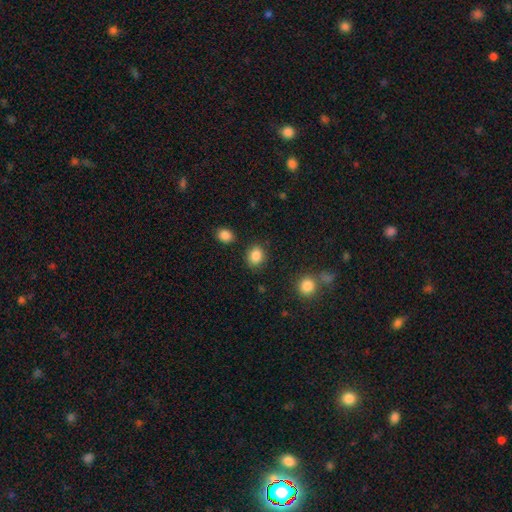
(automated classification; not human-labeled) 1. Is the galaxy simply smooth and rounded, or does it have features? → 86% smooth, 10% star or artifact, 4% featured or disk.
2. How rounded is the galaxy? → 58% round, 41% in between, 1% cigar-shaped.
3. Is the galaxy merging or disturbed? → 83% none, 10% minor disturbance, 3% merger, 3% major disturbance.